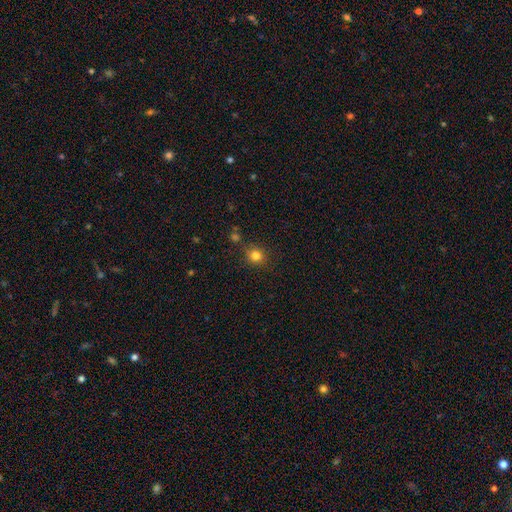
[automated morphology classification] smooth-or-featured: smooth: 81% | star or artifact: 14% | featured or disk: 5%
  how-rounded: round: 87% | in between: 12% | cigar-shaped: 1%
  merging: none: 83% | minor disturbance: 10% | merger: 4% | major disturbance: 3%